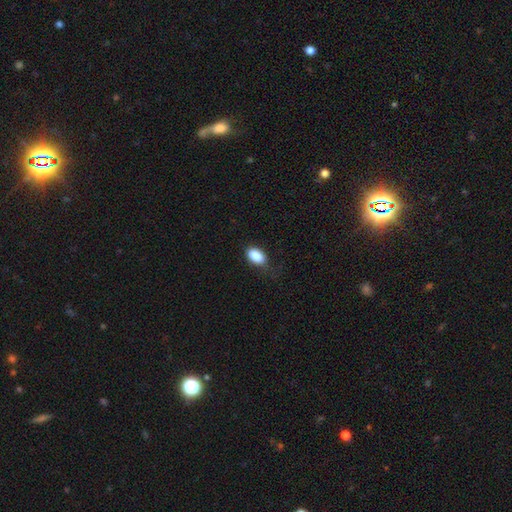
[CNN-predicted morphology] Smooth or featured? Predicted: smooth (p=0.88). How rounded? Predicted: in between (p=0.91). Merging? Predicted: none (p=0.70).